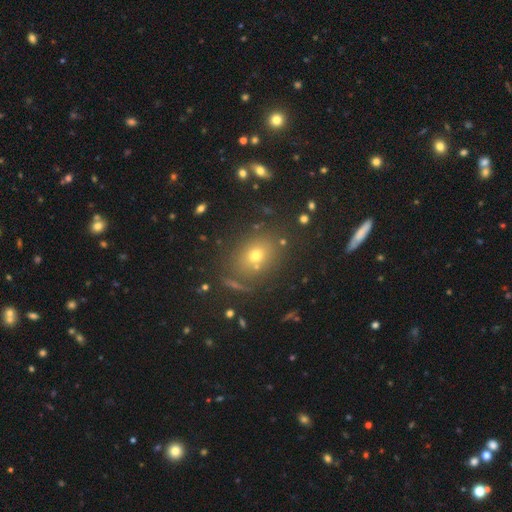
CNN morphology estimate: Q: Smooth or featured?
A: smooth (67%); runner-up: star or artifact (20%)
Q: How rounded?
A: in between (50%); runner-up: round (48%)
Q: Merging?
A: none (78%); runner-up: minor disturbance (11%)